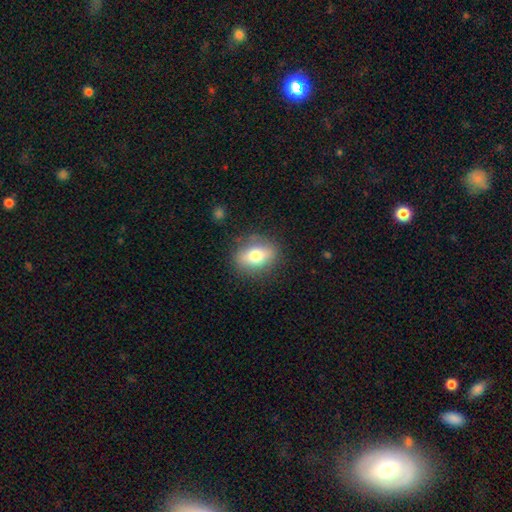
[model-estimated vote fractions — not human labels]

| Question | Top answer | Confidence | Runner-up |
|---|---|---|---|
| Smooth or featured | smooth | 71% | featured or disk (21%) |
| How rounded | in between | 69% | round (28%) |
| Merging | none | 82% | minor disturbance (13%) |